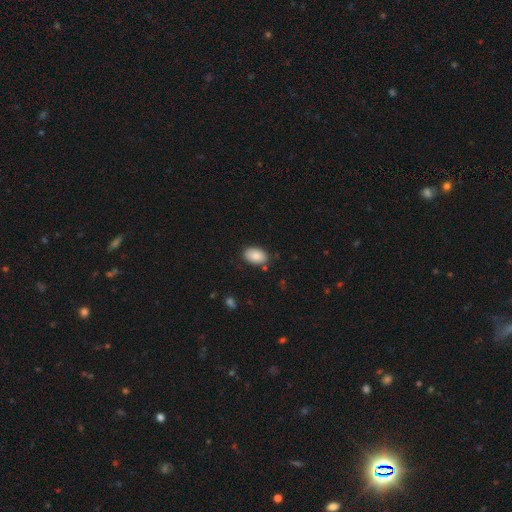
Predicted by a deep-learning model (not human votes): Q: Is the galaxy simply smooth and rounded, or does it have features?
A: smooth — 86%.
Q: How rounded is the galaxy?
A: in between — 91%.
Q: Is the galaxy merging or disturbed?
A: none — 83%.